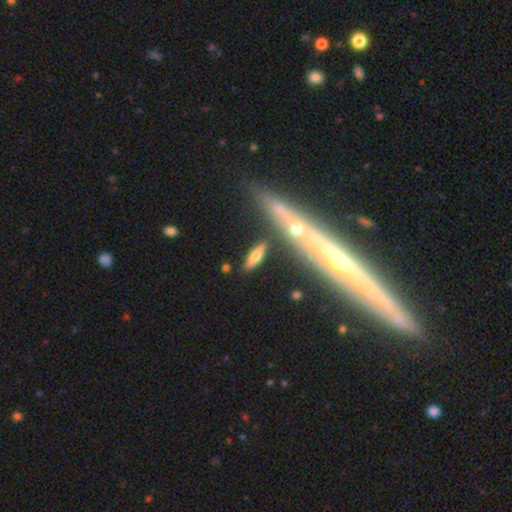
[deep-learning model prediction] smooth_or_featured: smooth (p=0.54) [alt: featured or disk p=0.38]
how_rounded: cigar-shaped (p=0.50) [alt: in between p=0.46]
merging: none (p=0.80) [alt: minor disturbance p=0.11]